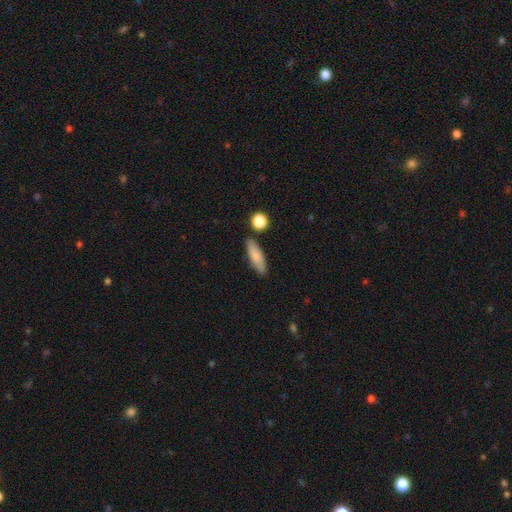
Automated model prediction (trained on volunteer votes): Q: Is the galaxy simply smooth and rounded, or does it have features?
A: smooth — 80%.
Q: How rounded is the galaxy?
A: in between — 53%.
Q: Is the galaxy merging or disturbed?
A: none — 80%.